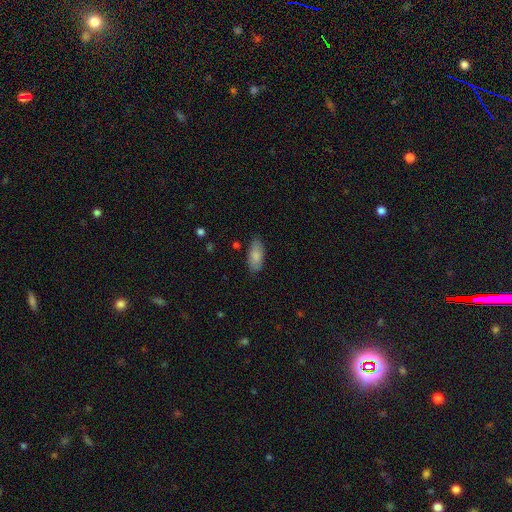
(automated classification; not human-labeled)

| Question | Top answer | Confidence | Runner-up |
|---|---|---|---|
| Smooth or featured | smooth | 84% | featured or disk (10%) |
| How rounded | in between | 87% | cigar-shaped (11%) |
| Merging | none | 82% | minor disturbance (14%) |